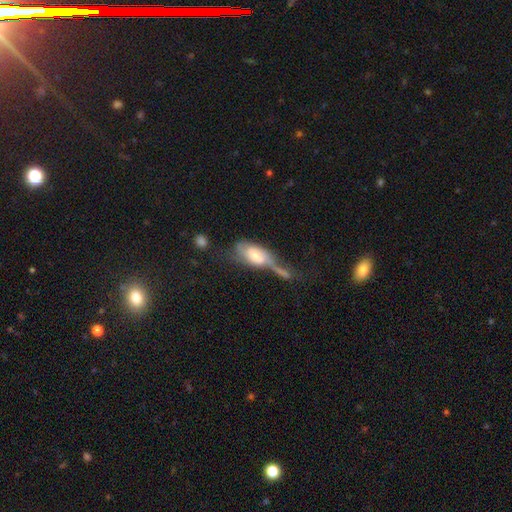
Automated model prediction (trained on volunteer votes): Overall: smooth (49%; featured or disk 44%). Merging: merger (36%; major disturbance 29%).